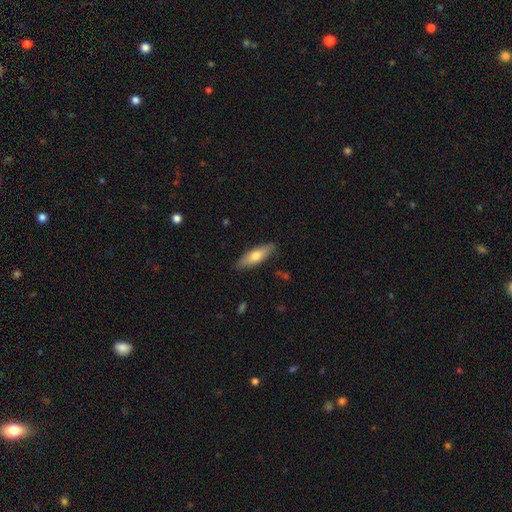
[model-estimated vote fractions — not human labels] Smooth or featured?
  - smooth: 66% *
  - featured or disk: 28%
  - star or artifact: 6%
How rounded?
  - in between: 51% *
  - cigar-shaped: 46%
  - round: 2%
Merging?
  - none: 86% *
  - minor disturbance: 11%
  - major disturbance: 2%
  - merger: 1%